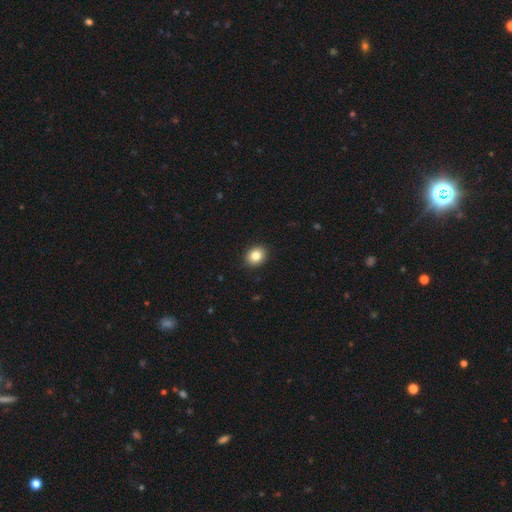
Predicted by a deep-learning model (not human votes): smooth 83%, star or artifact 10%, featured or disk 7%. Down the decision tree: how rounded — round (60%); merging — none (91%).